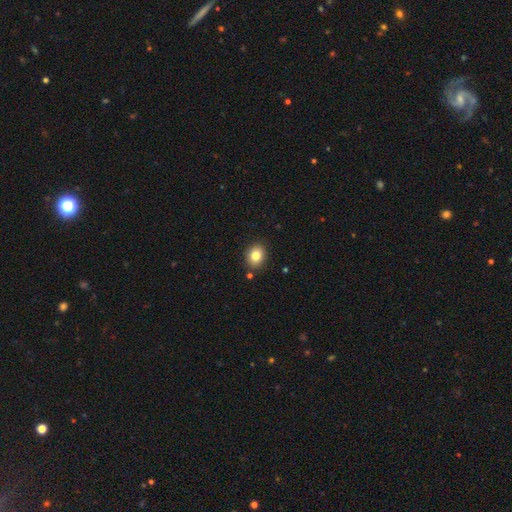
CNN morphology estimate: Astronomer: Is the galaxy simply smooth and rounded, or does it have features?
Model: smooth — 81%.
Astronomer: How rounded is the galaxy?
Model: round — 51% (runner-up: in between, 48%).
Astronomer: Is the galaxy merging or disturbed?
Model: none — 87%.